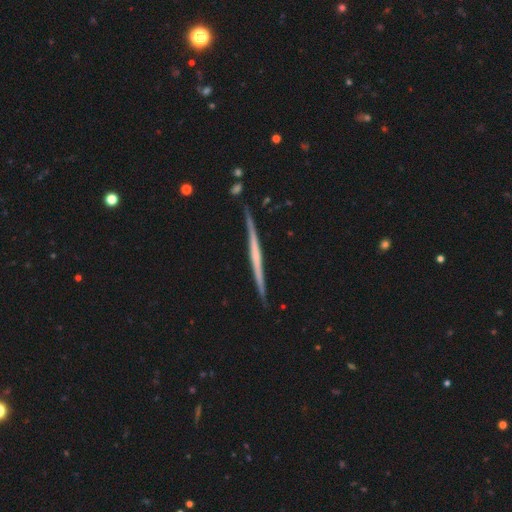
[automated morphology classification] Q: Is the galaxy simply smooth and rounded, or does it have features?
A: featured or disk — 71%.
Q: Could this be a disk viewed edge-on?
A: yes — 98%.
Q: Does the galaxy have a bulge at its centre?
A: none — 74%.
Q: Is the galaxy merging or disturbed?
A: none — 87%.